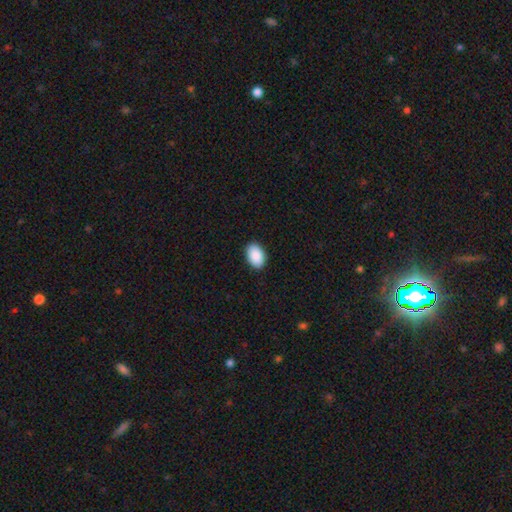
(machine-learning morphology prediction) smooth_or_featured: smooth (p=0.91) [alt: star or artifact p=0.06]
how_rounded: in between (p=0.91) [alt: round p=0.08]
merging: none (p=0.90) [alt: minor disturbance p=0.07]